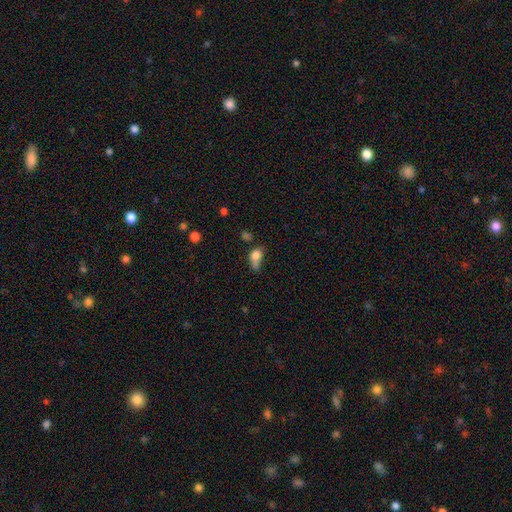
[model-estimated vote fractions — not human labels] Smooth or featured? Predicted: smooth (p=0.75). How rounded? Predicted: in between (p=0.65). Merging? Predicted: minor disturbance (p=0.28).